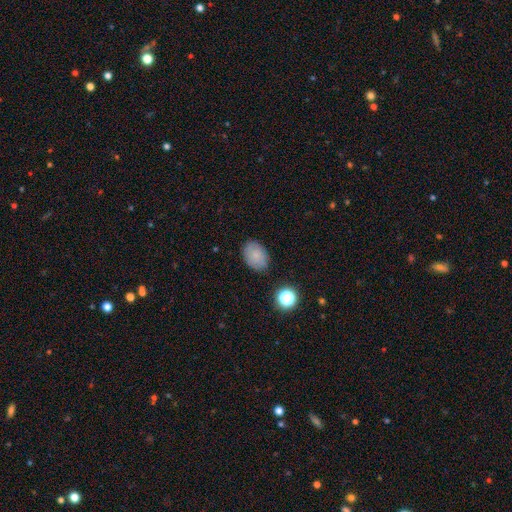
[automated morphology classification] Smooth or featured: smooth — 74% (featured or disk — 15%)
How rounded: in between — 76% (round — 23%)
Merging: none — 79% (minor disturbance — 15%)